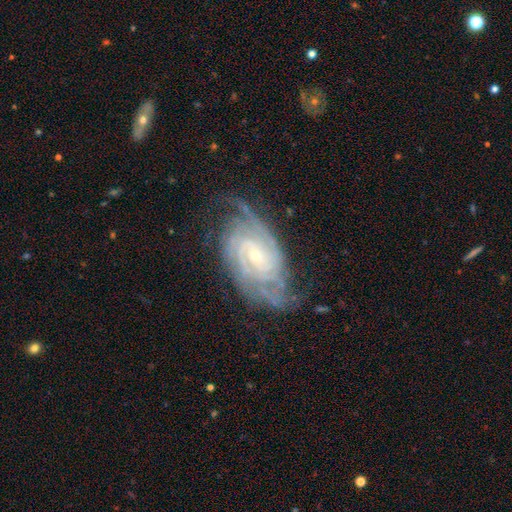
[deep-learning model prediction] Smooth or featured?
  - featured or disk: 89% *
  - star or artifact: 6%
  - smooth: 5%
Edge-on disk?
  - no: 96% *
  - yes: 4%
Bar?
  - no: 52% *
  - weak: 36%
  - strong: 12%
Spiral arms?
  - yes: 98% *
  - no: 2%
Spiral winding?
  - tight: 69% *
  - medium: 26%
  - loose: 5%
Spiral arm count?
  - 2: 28% *
  - can't tell: 26%
  - 3: 17%
  - 4: 16%
  - more than 4: 7%
  - 1: 6%
Bulge size?
  - small: 75% *
  - moderate: 21%
  - none: 1%
  - large: 1%
  - dominant: 1%
Merging?
  - none: 67% *
  - minor disturbance: 21%
  - major disturbance: 11%
  - merger: 2%